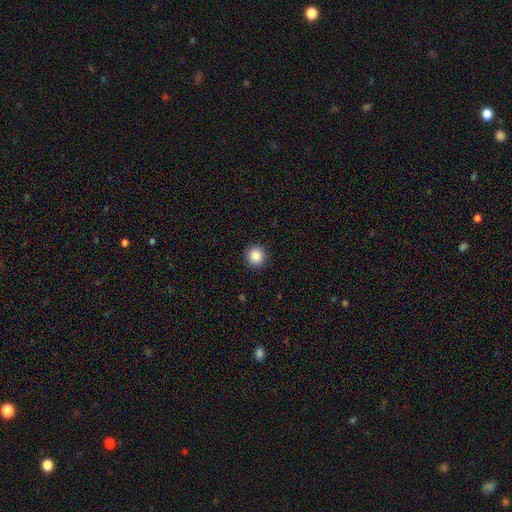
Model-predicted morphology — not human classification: Overall: smooth (87%). How rounded: round (94%). Merging: none (92%).